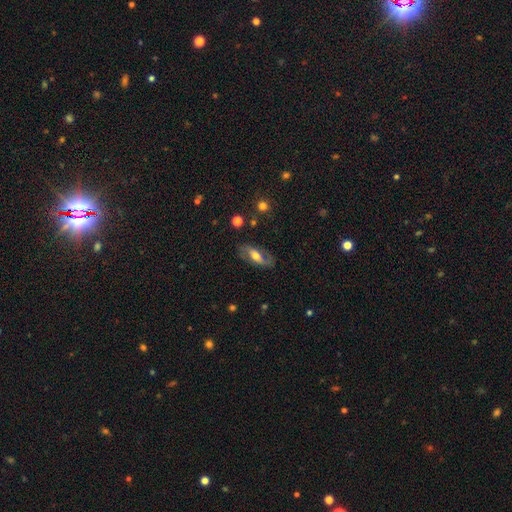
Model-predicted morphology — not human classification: type=featured or disk (58%); edge-on=no (82%); merging=none (75%).